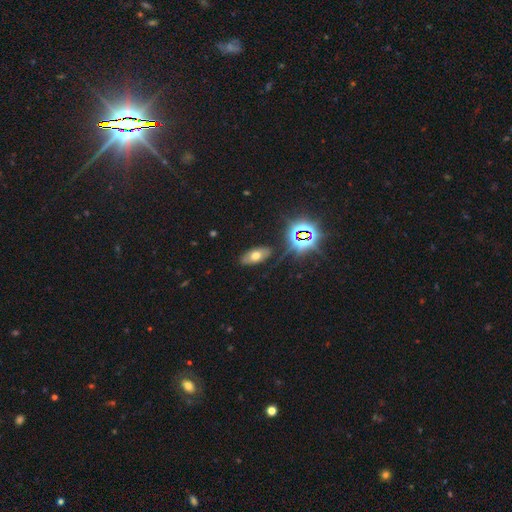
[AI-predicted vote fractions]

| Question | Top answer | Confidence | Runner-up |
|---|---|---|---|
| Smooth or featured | smooth | 53% | star or artifact (26%) |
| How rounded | in between | 89% | round (6%) |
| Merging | none | 81% | minor disturbance (13%) |